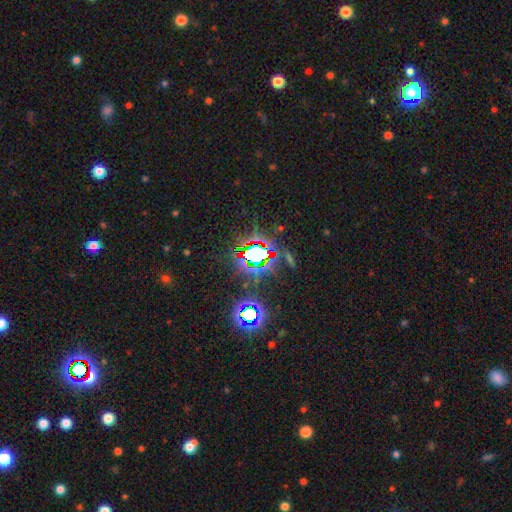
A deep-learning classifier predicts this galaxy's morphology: A star or artifact, not a galaxy (72%).